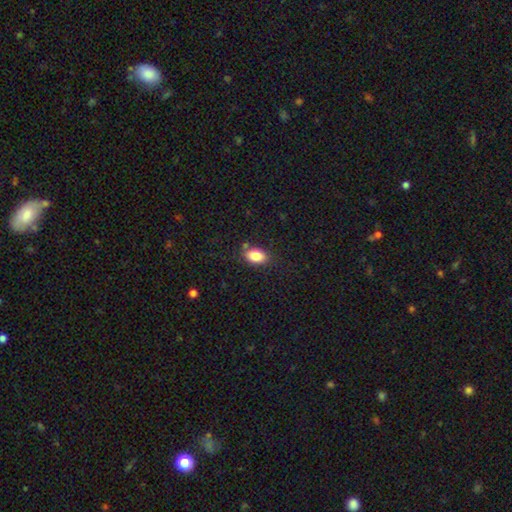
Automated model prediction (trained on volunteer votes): Overall: smooth (85%). How rounded: in between (88%). Merging: none (80%).